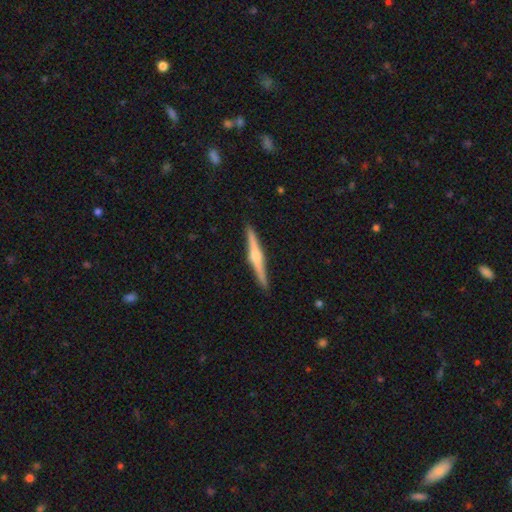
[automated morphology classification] Smooth or featured? featured or disk (73%)
Edge-on disk? yes (98%)
Edge-on bulge? rounded (85%)
Merging? none (91%)